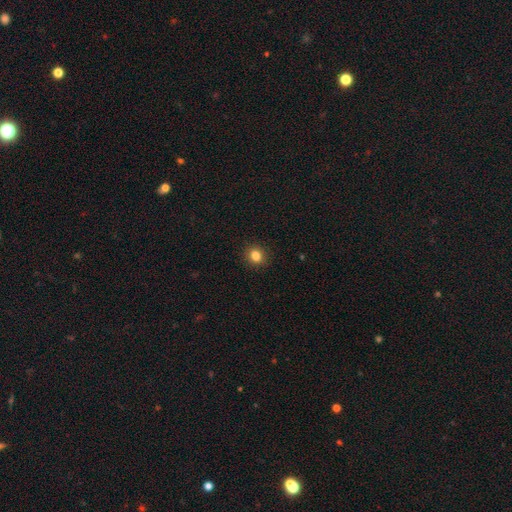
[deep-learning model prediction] Smooth or featured? Predicted: smooth (p=0.84). How rounded? Predicted: round (p=0.75). Merging? Predicted: none (p=0.91).